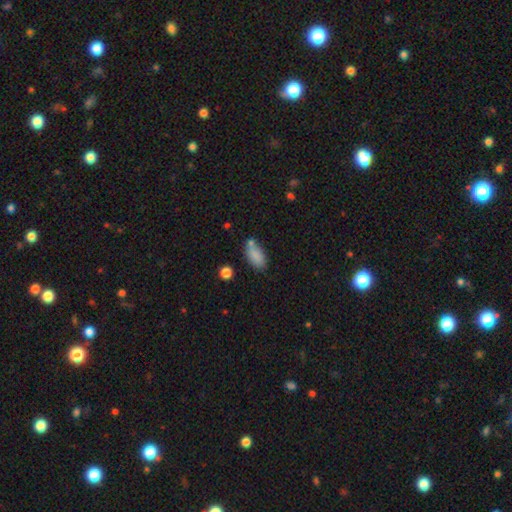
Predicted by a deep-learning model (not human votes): The model was most divided on "merging": none: 59%, minor disturbance: 20%, merger: 16%, major disturbance: 6%. More confident: how rounded — in between (90%); smooth or featured — smooth (84%).